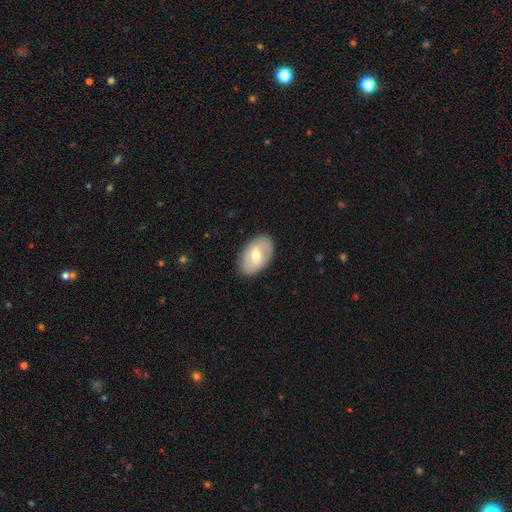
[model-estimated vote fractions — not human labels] smooth-or-featured: smooth: 58% | featured or disk: 36% | star or artifact: 6%
  how-rounded: in between: 89% | round: 10% | cigar-shaped: 1%
  merging: none: 85% | minor disturbance: 11% | major disturbance: 3% | merger: 1%